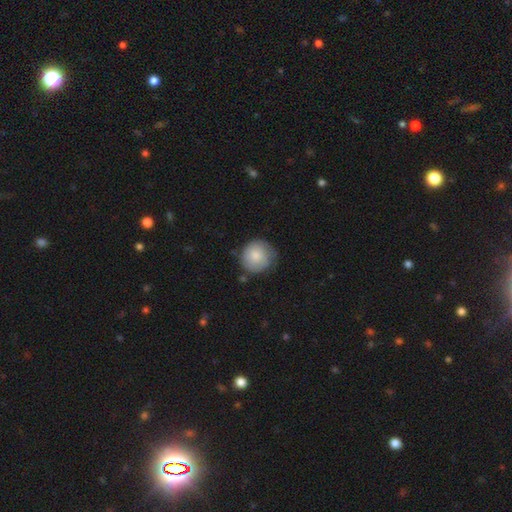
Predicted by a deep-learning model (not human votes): smooth-or-featured: smooth: 71% | featured or disk: 23% | star or artifact: 6%
  how-rounded: round: 90% | in between: 9% | cigar-shaped: 1%
  merging: none: 67% | minor disturbance: 24% | major disturbance: 6% | merger: 2%